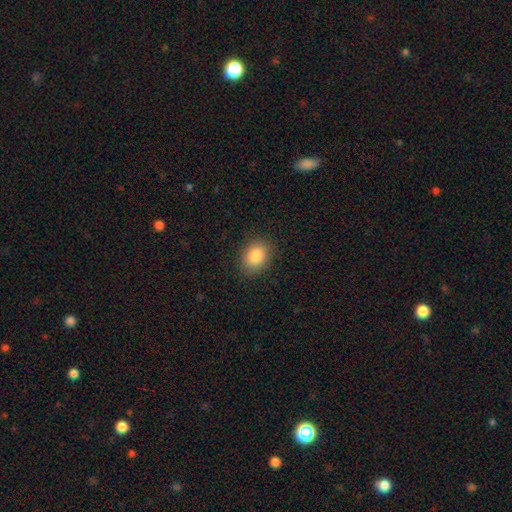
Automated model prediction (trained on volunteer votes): smooth 85%, star or artifact 9%, featured or disk 6%. Down the decision tree: how rounded — in between (60%); merging — none (87%).